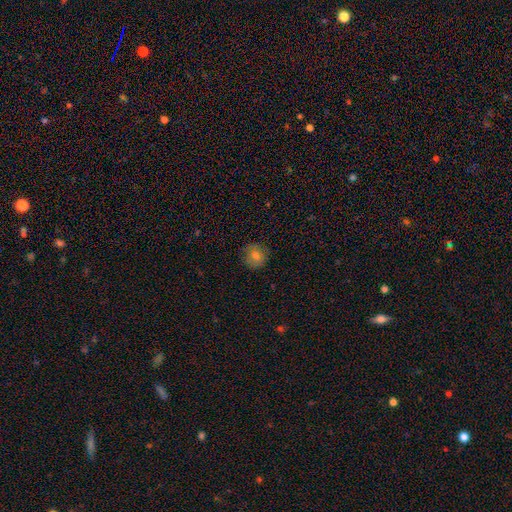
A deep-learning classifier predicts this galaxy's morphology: A smooth galaxy with no disk features (73%) that is round (91%). Merging: none (83%).